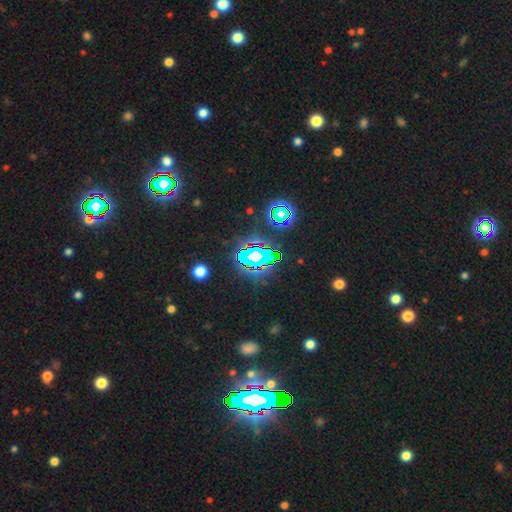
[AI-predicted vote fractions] Smooth or featured? Predicted: star or artifact (p=0.79).